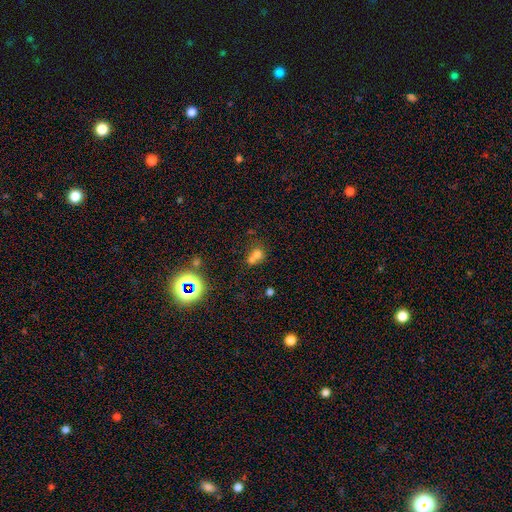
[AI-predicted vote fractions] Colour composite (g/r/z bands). It shows a smooth galaxy with no disk features (65%) that is round (72%). Merging: merger (55%).